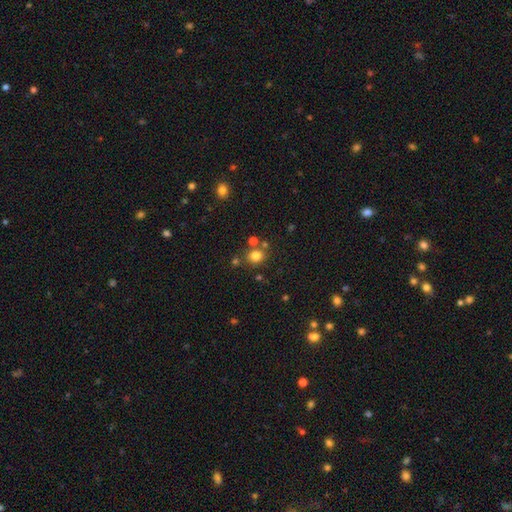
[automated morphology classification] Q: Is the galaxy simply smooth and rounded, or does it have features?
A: smooth — 78%.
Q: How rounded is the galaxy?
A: round — 80%.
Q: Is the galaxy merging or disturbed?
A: none — 73%.